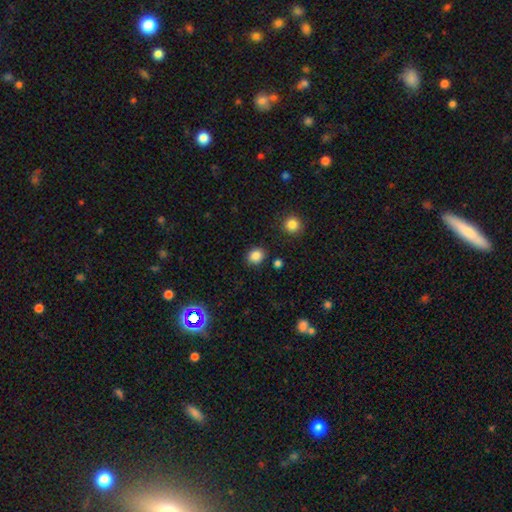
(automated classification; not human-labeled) A smooth galaxy with no disk features (85%) that is round (71%). Merging: none (86%).